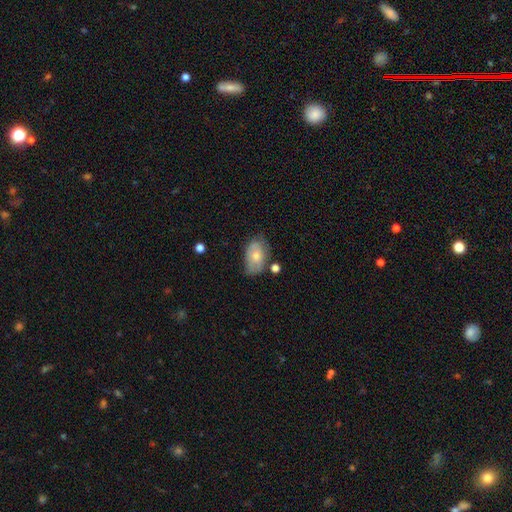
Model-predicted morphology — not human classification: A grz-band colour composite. It shows a smooth galaxy with no disk features (64%) that is in between round and cigar-shaped (89%). Merging: none (56%).